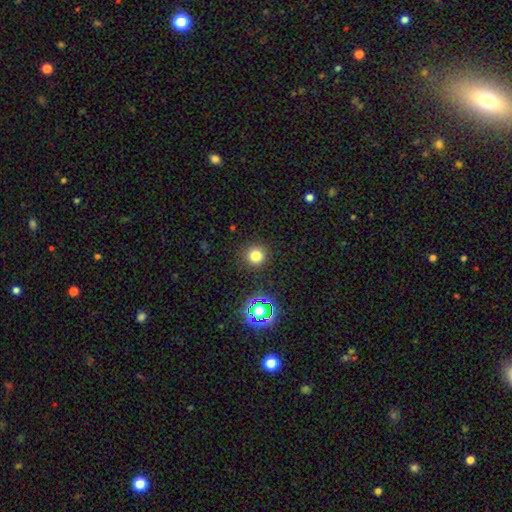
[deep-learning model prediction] This appears to be a smooth galaxy with no disk features (75%) that is round (94%). Merging: none (90%).